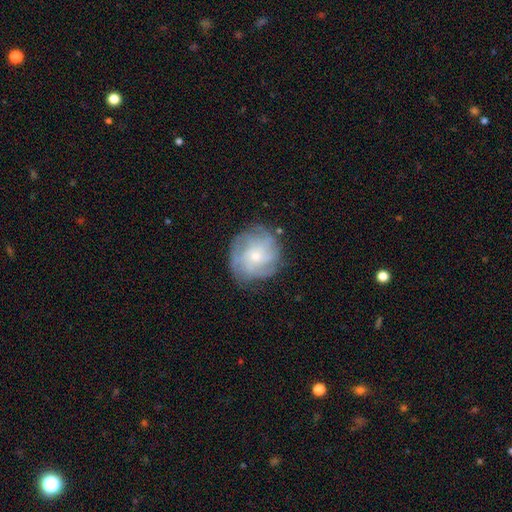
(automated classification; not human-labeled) smooth_or_featured: featured or disk (p=0.64) [alt: smooth p=0.27]
disk_edge_on: no (p=0.97) [alt: yes p=0.03]
bar: no (p=0.76) [alt: weak p=0.21]
has_spiral_arms: yes (p=0.85) [alt: no p=0.15]
spiral_winding: tight (p=0.52) [alt: medium p=0.33]
spiral_arm_count: can't tell (p=0.40) [alt: 4 p=0.22]
bulge_size: small (p=0.58) [alt: moderate p=0.37]
merging: none (p=0.76) [alt: minor disturbance p=0.16]